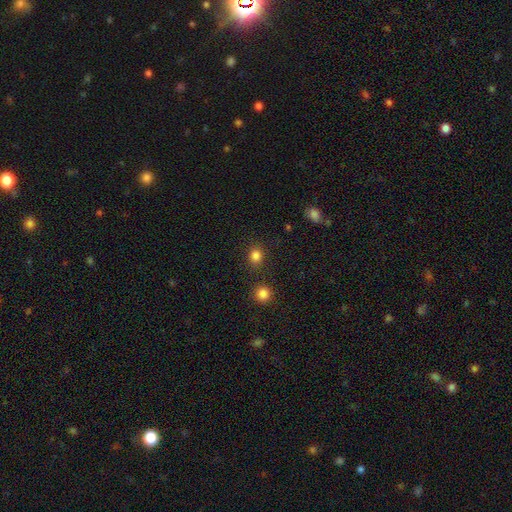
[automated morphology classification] Smooth or featured? smooth (83%)
How rounded? round (70%)
Merging? none (85%)